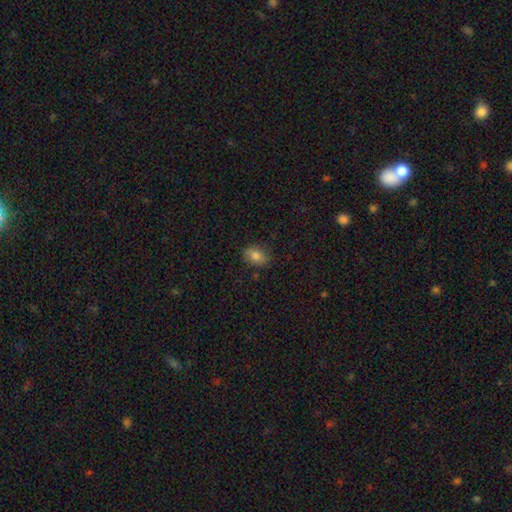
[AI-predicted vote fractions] The model was most divided on "how rounded": in between: 77%, round: 22%, cigar-shaped: 1%. More confident: smooth or featured — smooth (82%); merging — none (80%).